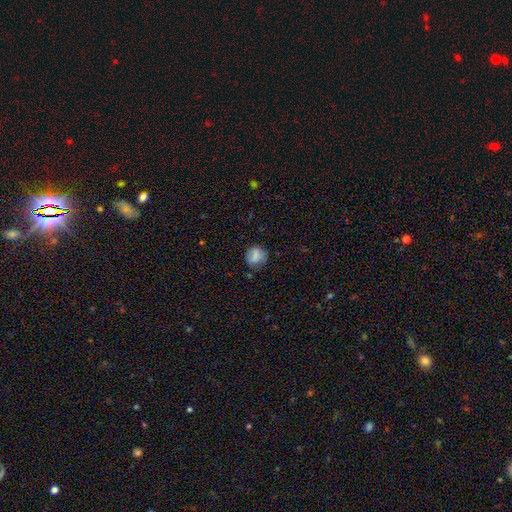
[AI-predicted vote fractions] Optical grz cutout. It shows a smooth galaxy with no disk features (76%) that is round (77%). Merging: none (69%).